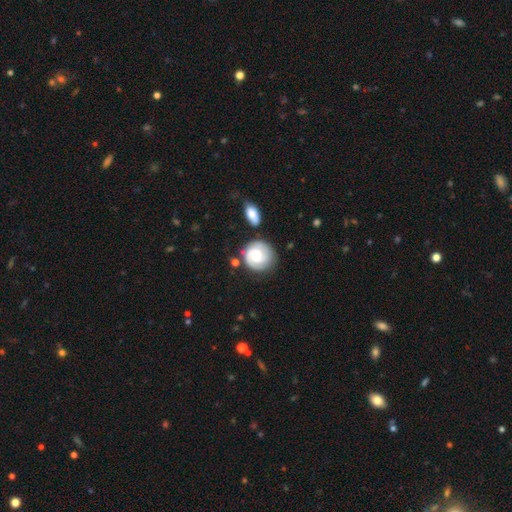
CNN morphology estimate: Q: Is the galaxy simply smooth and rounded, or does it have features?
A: featured or disk — 62%.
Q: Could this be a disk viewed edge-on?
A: no — 97%.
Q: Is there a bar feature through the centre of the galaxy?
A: no — 60%.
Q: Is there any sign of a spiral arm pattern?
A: yes — 88%.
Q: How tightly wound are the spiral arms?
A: tight — 66%.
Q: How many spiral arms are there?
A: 2 — 55%.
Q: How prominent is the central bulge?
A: moderate — 67%.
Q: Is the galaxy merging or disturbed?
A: none — 68%.